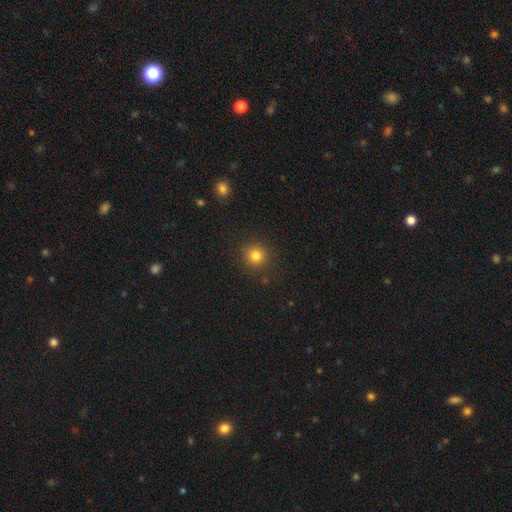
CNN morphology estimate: Q: Smooth or featured?
A: smooth (82%); runner-up: star or artifact (13%)
Q: How rounded?
A: round (92%); runner-up: in between (7%)
Q: Merging?
A: none (89%); runner-up: minor disturbance (7%)